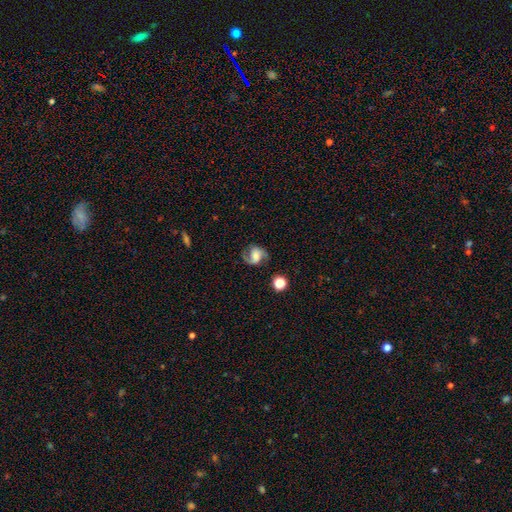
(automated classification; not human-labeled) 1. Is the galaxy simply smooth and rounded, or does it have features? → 75% featured or disk, 16% smooth, 9% star or artifact.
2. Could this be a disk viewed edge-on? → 98% no, 2% yes.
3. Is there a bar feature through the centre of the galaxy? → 43% no, 41% weak, 16% strong.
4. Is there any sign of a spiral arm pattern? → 95% yes, 5% no.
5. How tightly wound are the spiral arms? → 48% medium, 37% loose, 15% tight.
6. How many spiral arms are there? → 88% 2, 5% 1, 3% can't tell, 1% 3, 1% 4, 1% more than 4.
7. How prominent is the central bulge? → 36% moderate, 23% small, 21% large, 16% none, 4% dominant.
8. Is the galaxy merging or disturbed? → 73% none, 16% minor disturbance, 8% major disturbance, 2% merger.